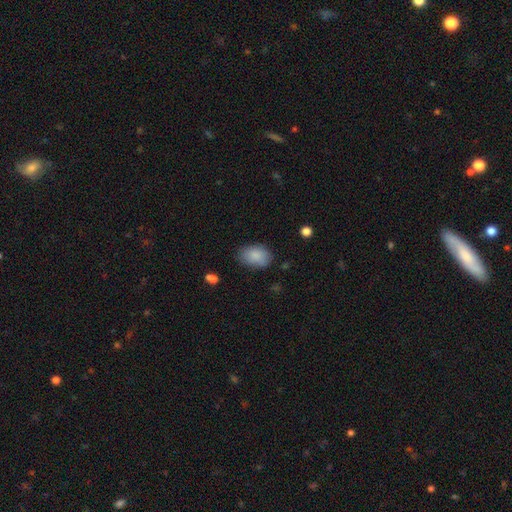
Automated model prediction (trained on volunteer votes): This is clearly a smooth galaxy (87%). How rounded: clearly in between (87%). Merging: likely none (77%).